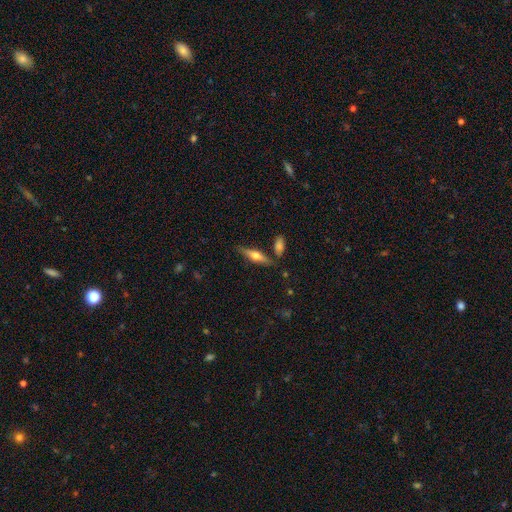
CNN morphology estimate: A featured or disk galaxy (51%) viewed edge-on (93%).

Vote fractions:
- Smooth or featured? featured or disk: 51% / smooth: 42% / star or artifact: 7%
- Edge-on disk? yes: 93% / no: 7%
- Merging? none: 77% / minor disturbance: 12% / merger: 8% / major disturbance: 3%